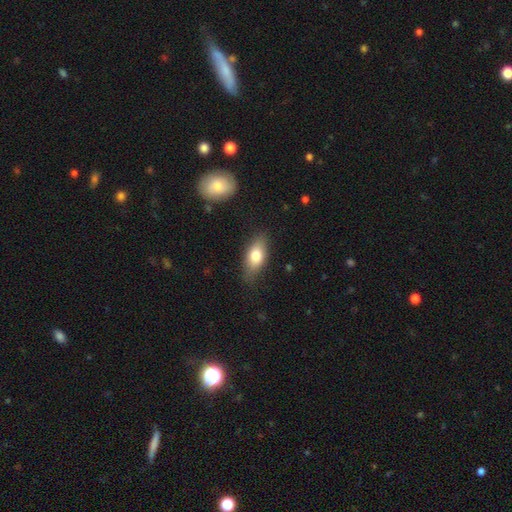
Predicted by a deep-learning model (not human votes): Morphology: type=smooth (75%); roundness=in between (85%); merging=none (78%).